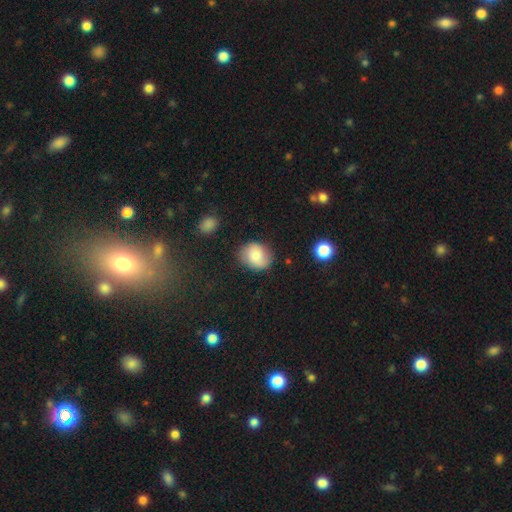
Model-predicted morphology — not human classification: This appears to be a smooth galaxy with no disk features (73%) that is round (55%). Merging: none (71%).